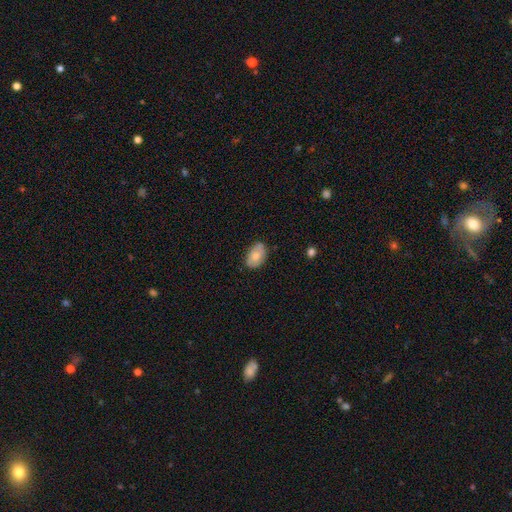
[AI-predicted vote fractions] A smooth galaxy with no disk features (71%) that is in between round and cigar-shaped (87%). Merging: none (77%).